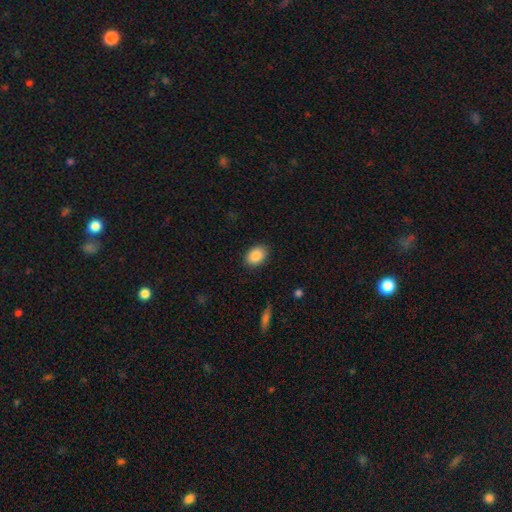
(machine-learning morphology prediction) This appears to be a smooth galaxy with no disk features (88%) that is in between round and cigar-shaped (81%). Merging: none (88%).